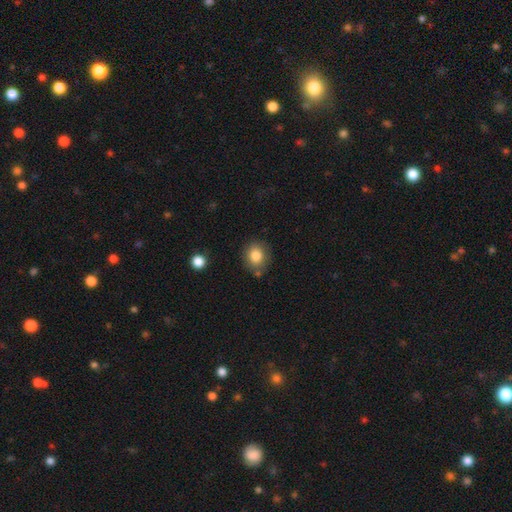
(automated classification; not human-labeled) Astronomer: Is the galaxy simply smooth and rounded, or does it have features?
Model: smooth — 83%.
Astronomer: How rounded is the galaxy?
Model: round — 70%.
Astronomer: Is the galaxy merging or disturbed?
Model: none — 77%.